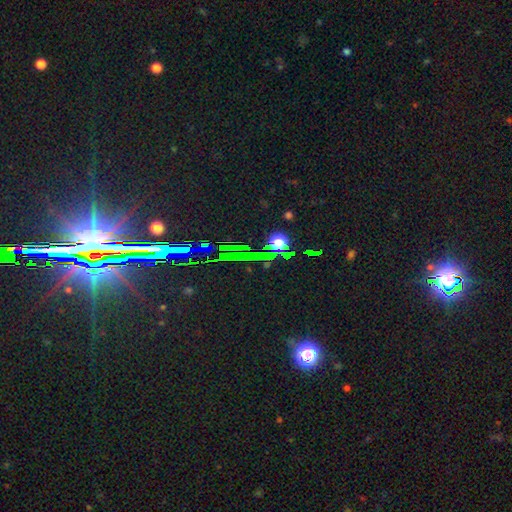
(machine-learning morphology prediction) Q: Smooth or featured?
A: star or artifact (83%); runner-up: featured or disk (10%)